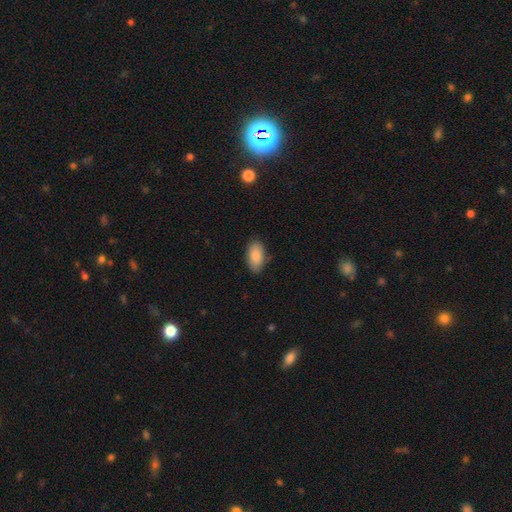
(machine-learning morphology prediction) Smooth or featured: smooth — 88% (featured or disk — 6%)
How rounded: in between — 94% (cigar-shaped — 3%)
Merging: none — 82% (minor disturbance — 14%)